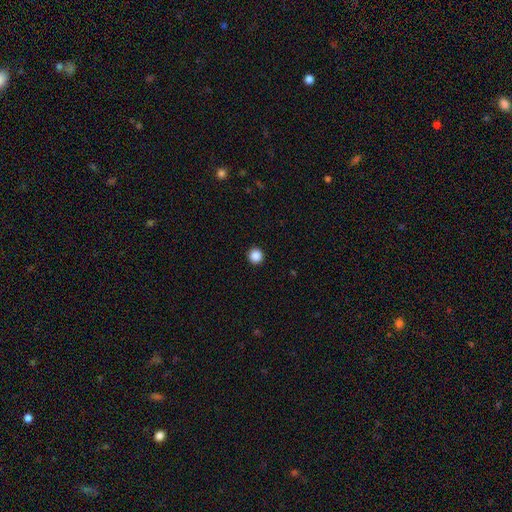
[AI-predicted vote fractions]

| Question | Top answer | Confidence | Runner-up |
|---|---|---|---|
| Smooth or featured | smooth | 88% | star or artifact (10%) |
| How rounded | round | 95% | in between (4%) |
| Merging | none | 93% | minor disturbance (4%) |